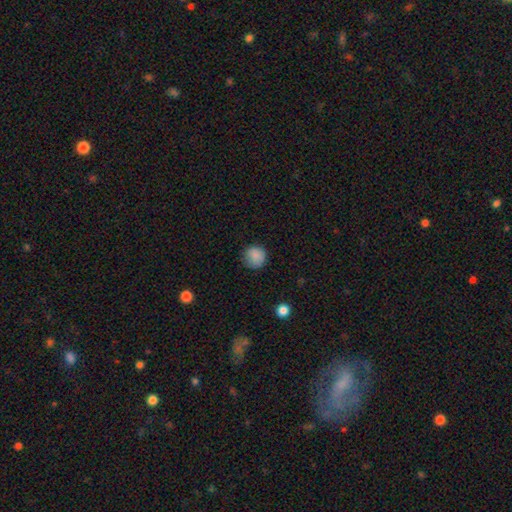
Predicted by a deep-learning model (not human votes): This appears to be a smooth galaxy with no disk features (86%) that is round (93%). Merging: none (81%).